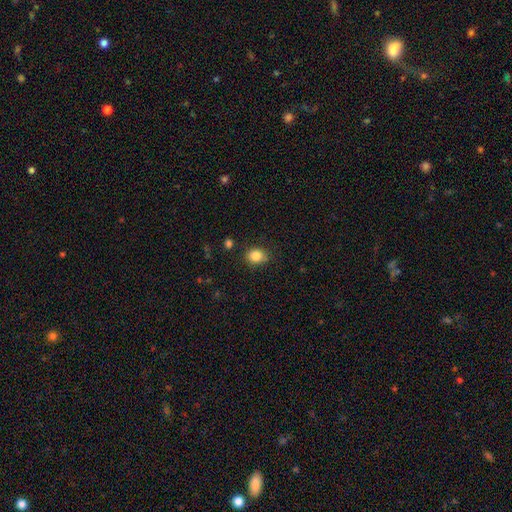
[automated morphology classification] Smooth or featured? smooth (84%)
How rounded? round (60%)
Merging? none (82%)